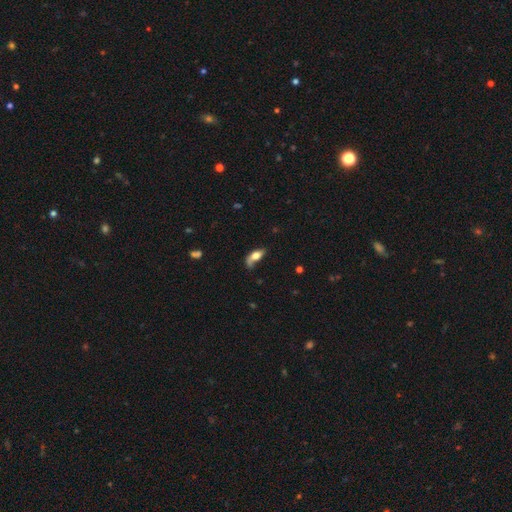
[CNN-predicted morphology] This is likely a smooth galaxy (61%). How rounded: likely in between (78%). Merging: marginally none (38%).